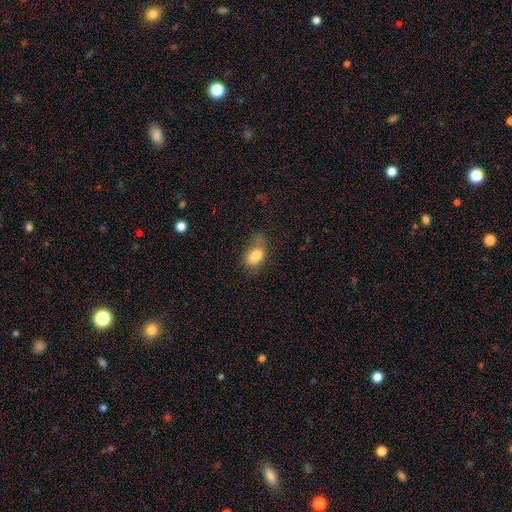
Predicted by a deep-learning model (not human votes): Smooth or featured?
  - smooth: 82% *
  - star or artifact: 10%
  - featured or disk: 8%
How rounded?
  - in between: 85% *
  - round: 12%
  - cigar-shaped: 2%
Merging?
  - none: 44% *
  - minor disturbance: 34%
  - major disturbance: 19%
  - merger: 4%